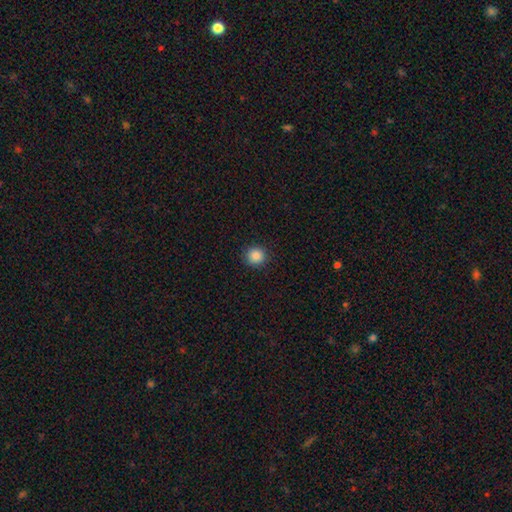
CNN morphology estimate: Overall: smooth (87%). How rounded: round (92%). Merging: none (91%).